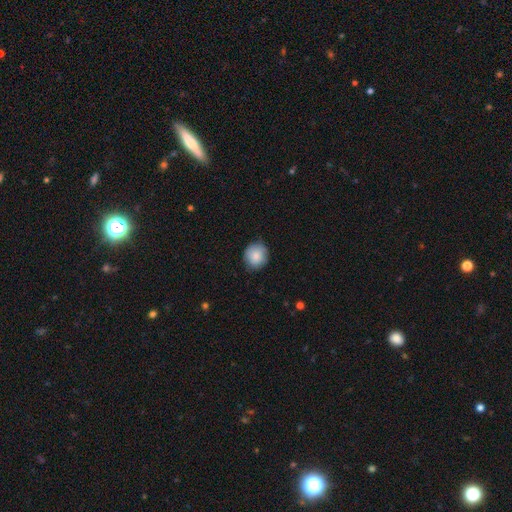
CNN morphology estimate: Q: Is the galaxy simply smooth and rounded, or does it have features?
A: smooth — 84%.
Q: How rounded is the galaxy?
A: round — 83%.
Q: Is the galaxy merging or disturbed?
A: none — 81%.